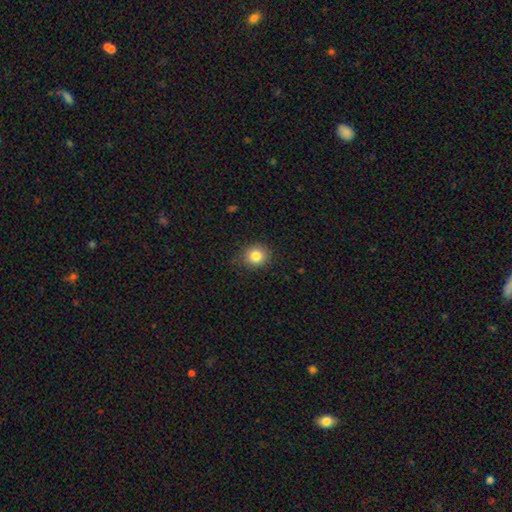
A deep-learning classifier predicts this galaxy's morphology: smooth-or-featured: smooth: 83% | star or artifact: 10% | featured or disk: 7%
  how-rounded: round: 83% | in between: 16% | cigar-shaped: 1%
  merging: none: 85% | minor disturbance: 11% | major disturbance: 3% | merger: 1%